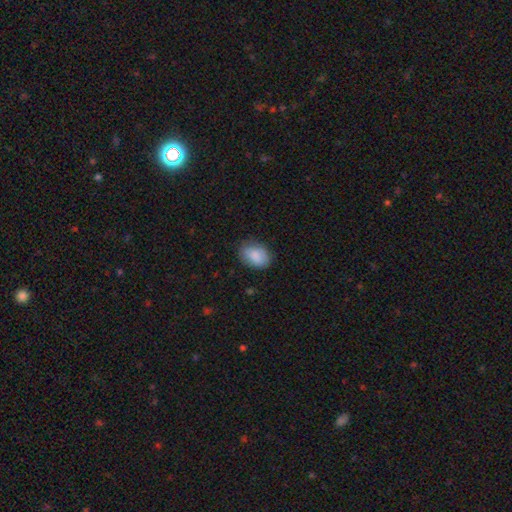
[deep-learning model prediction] A smooth galaxy with no disk features (87%) that is in between round and cigar-shaped (82%). Merging: none (79%).